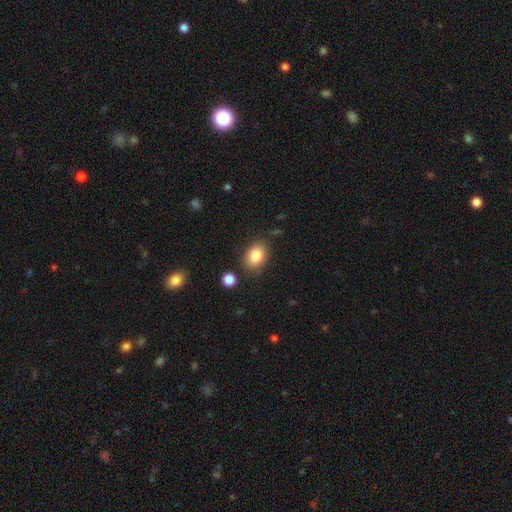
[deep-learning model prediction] Smooth or featured?
  - smooth: 83% *
  - star or artifact: 9%
  - featured or disk: 8%
How rounded?
  - in between: 73% *
  - round: 26%
  - cigar-shaped: 1%
Merging?
  - none: 80% *
  - minor disturbance: 12%
  - merger: 4%
  - major disturbance: 3%